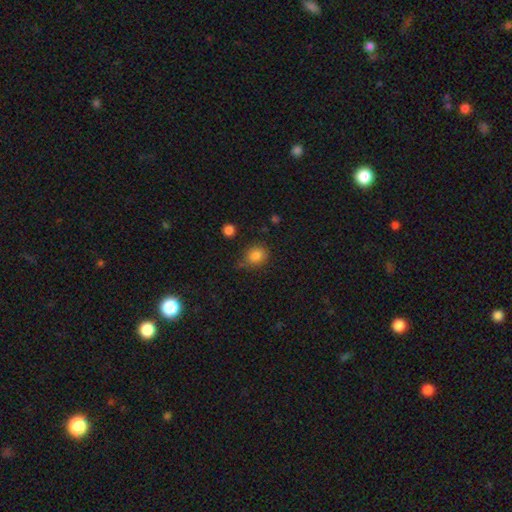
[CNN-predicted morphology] A smooth galaxy with no disk features (83%) that is round (61%).

Vote fractions:
- Smooth or featured? smooth: 83% / star or artifact: 11% / featured or disk: 6%
- How rounded? round: 61% / in between: 38% / cigar-shaped: 1%
- Merging? none: 73% / minor disturbance: 19% / major disturbance: 5% / merger: 4%